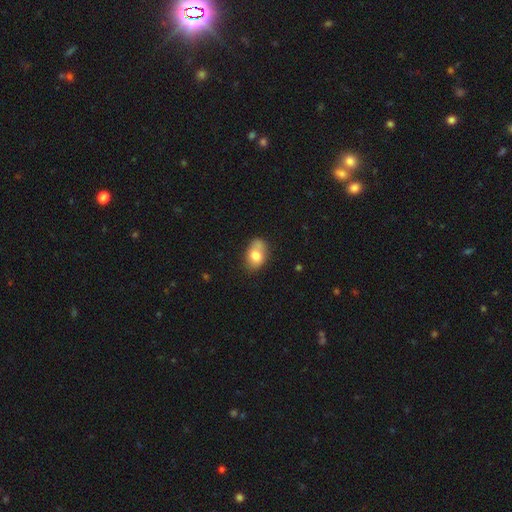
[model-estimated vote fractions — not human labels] smooth 75%, featured or disk 17%, star or artifact 8%. Down the decision tree: how rounded — in between (79%); merging — none (50%).